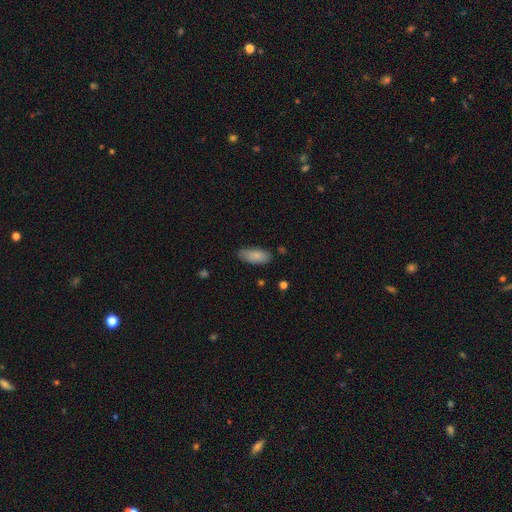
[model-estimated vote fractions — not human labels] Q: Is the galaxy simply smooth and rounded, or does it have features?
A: smooth — 84%.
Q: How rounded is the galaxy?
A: in between — 85%.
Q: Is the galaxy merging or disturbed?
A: none — 79%.